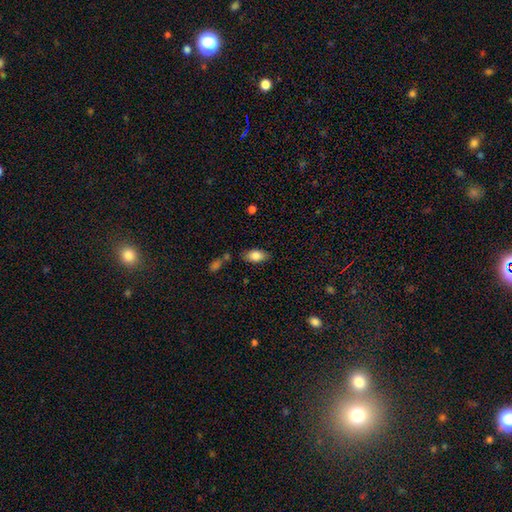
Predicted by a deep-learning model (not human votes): smooth_or_featured: smooth (p=0.82) [alt: featured or disk p=0.10]
how_rounded: in between (p=0.89) [alt: round p=0.06]
merging: none (p=0.73) [alt: minor disturbance p=0.16]